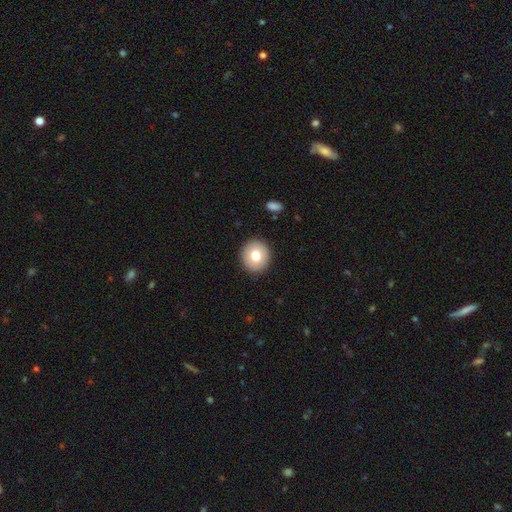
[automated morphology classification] smooth-or-featured: smooth: 75% | featured or disk: 16% | star or artifact: 9%
  how-rounded: round: 87% | in between: 12% | cigar-shaped: 1%
  merging: none: 91% | minor disturbance: 6% | major disturbance: 2% | merger: 1%